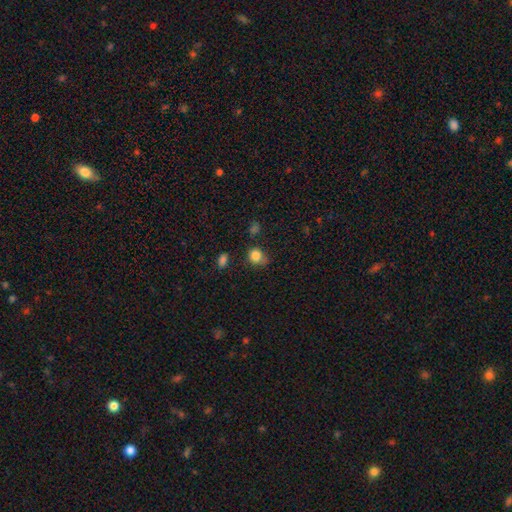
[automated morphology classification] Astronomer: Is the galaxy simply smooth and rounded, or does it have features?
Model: smooth — 83%.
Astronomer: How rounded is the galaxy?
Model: round — 77%.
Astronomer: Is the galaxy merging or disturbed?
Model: none — 61%.